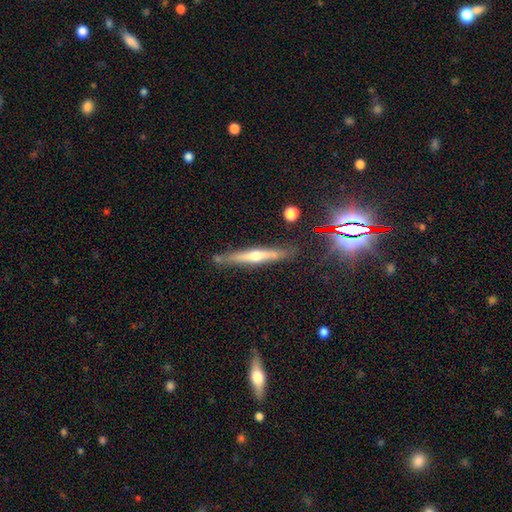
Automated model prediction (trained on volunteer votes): A featured or disk galaxy (62%) viewed edge-on (95%) with a rounded central bulge (83%). Merging: none (81%).